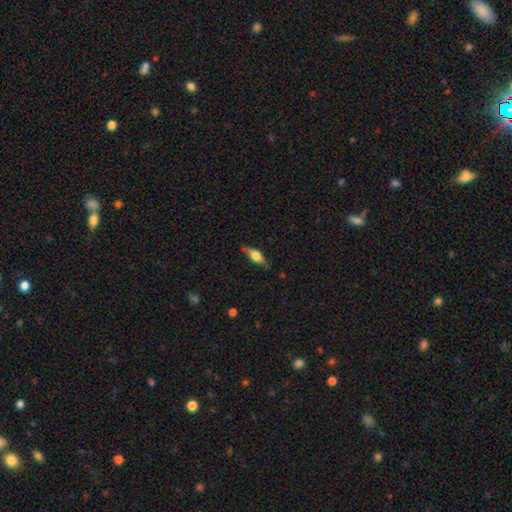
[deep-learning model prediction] A smooth galaxy with no disk features (51%) that is in between round and cigar-shaped (62%). Merging: none (77%).